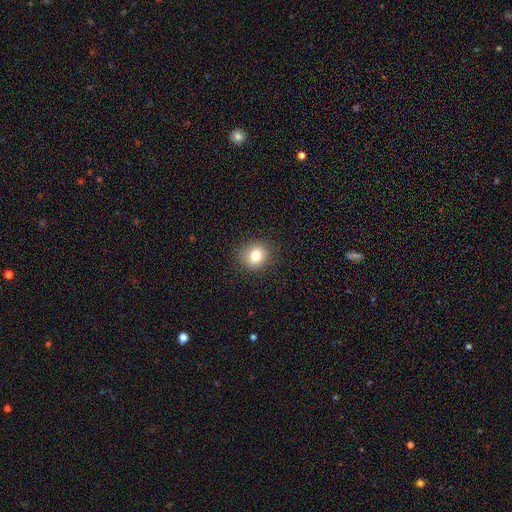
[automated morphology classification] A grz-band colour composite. It shows a smooth galaxy with no disk features (80%) that is round (74%). Merging: none (88%).